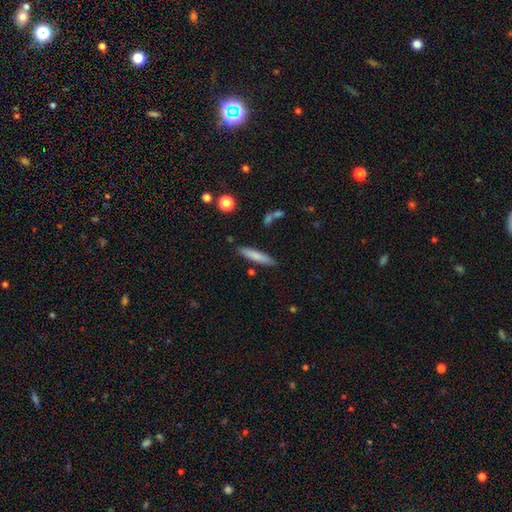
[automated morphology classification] A smooth galaxy with no disk features (76%) that is cigar-shaped (87%).

Vote fractions:
- Smooth or featured? smooth: 76% / featured or disk: 18% / star or artifact: 6%
- How rounded? cigar-shaped: 87% / in between: 12% / round: 1%
- Merging? none: 85% / minor disturbance: 10% / merger: 3% / major disturbance: 2%